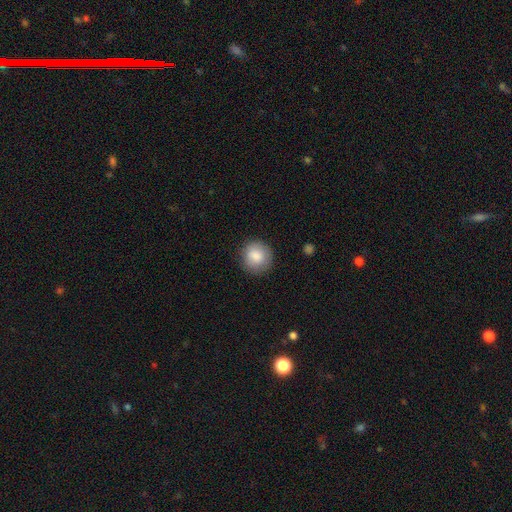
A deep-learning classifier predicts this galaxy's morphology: A smooth galaxy with no disk features (84%) that is round (90%). Merging: none (84%).